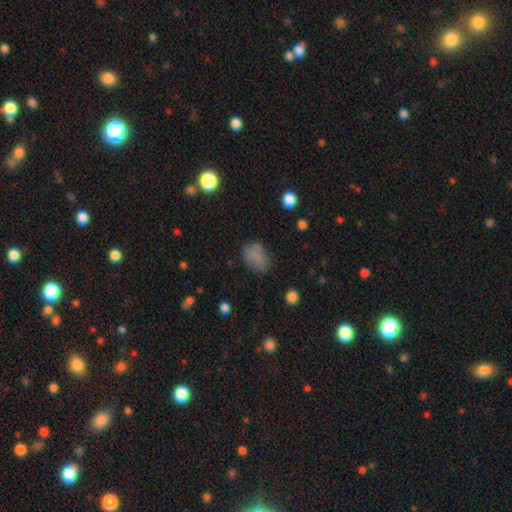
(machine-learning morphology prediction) Overall: smooth (80%). How rounded: in between (82%). Merging: none (68%).